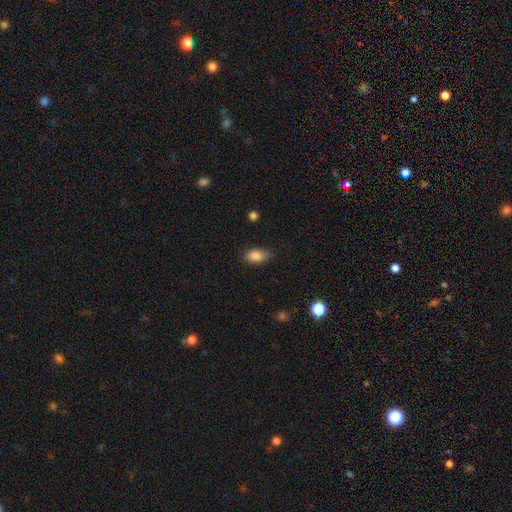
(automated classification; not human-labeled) Smooth or featured?
  - smooth: 85% *
  - star or artifact: 8%
  - featured or disk: 7%
How rounded?
  - in between: 89% *
  - round: 7%
  - cigar-shaped: 4%
Merging?
  - none: 78% *
  - minor disturbance: 18%
  - major disturbance: 3%
  - merger: 1%